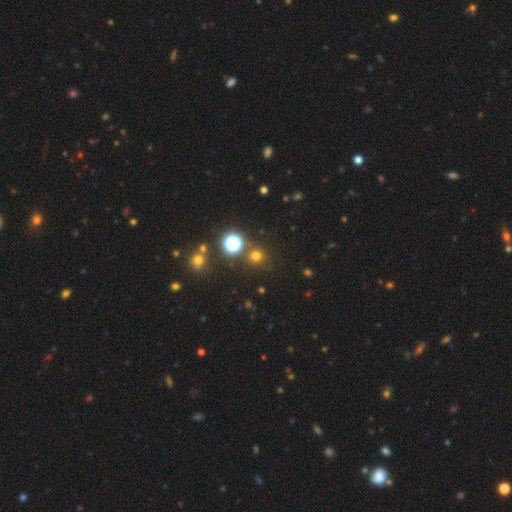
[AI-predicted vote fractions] smooth_or_featured: smooth (p=0.67) [alt: star or artifact p=0.27]
how_rounded: round (p=0.93) [alt: in between p=0.06]
merging: none (p=0.83) [alt: minor disturbance p=0.08]